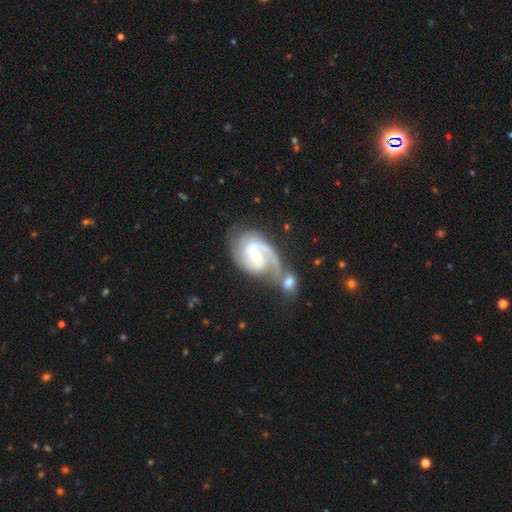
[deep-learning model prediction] Overall: featured or disk (89%). Edge-on disk: no (98%). Bar: weak (47%; no 39%). Spiral arms: yes (98%). Spiral arm count: 2 (69%). Spiral winding: tight (48%; medium 42%). Bulge size: small (49%; moderate 45%). Merging: merger (37%; none 33%).